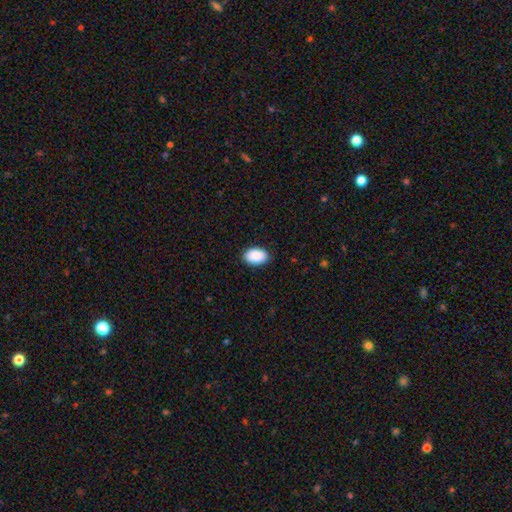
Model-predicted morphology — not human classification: Smooth or featured? smooth (91%)
How rounded? in between (91%)
Merging? none (89%)